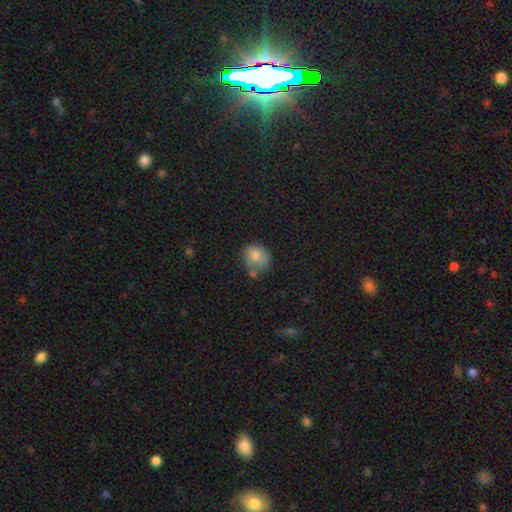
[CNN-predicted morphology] smooth-or-featured: smooth: 78% | featured or disk: 13% | star or artifact: 9%
  how-rounded: round: 65% | in between: 34% | cigar-shaped: 1%
  merging: none: 45% | minor disturbance: 29% | merger: 15% | major disturbance: 11%